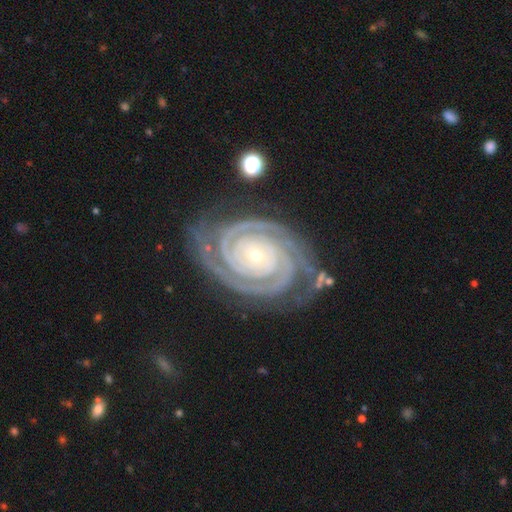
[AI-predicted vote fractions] smooth-or-featured: featured or disk: 94% | star or artifact: 4% | smooth: 3%
  disk-edge-on: no: 98% | yes: 2%
    bar: no: 76% | weak: 13% | strong: 11%
    has-spiral-arms: yes: 99% | no: 1%
      spiral-winding: tight: 89% | medium: 10% | loose: 1%
      spiral-arm-count: 2: 71% | 3: 13% | can't tell: 5% | 4: 5% | more than 4: 4% | 1: 3%
    bulge-size: small: 70% | moderate: 27% | large: 1% | none: 1% | dominant: 1%
  merging: none: 78% | minor disturbance: 16% | major disturbance: 5% | merger: 2%